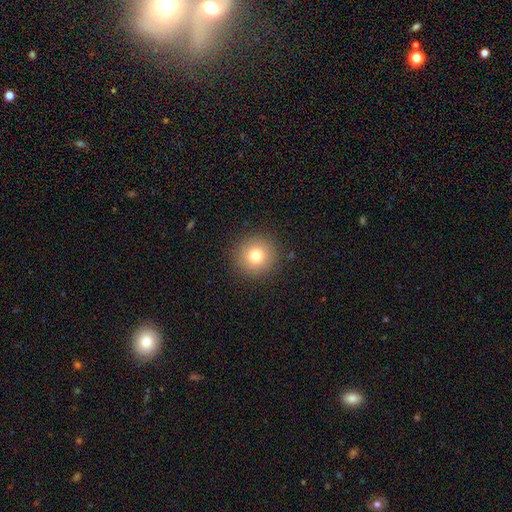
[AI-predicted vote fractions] The model was most divided on "smooth or featured": smooth: 78%, star or artifact: 12%, featured or disk: 10%. More confident: how rounded — round (93%); merging — none (90%).